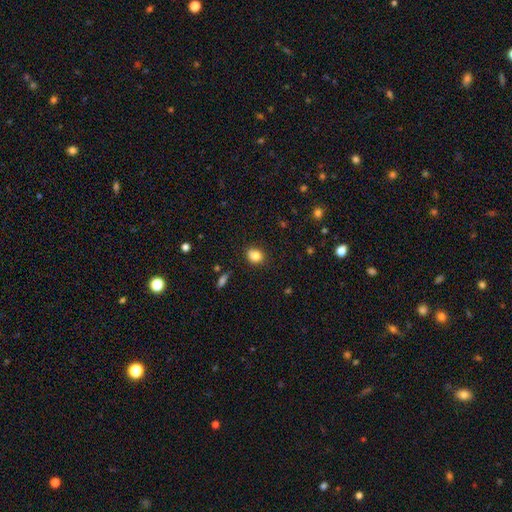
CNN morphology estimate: Smooth or featured? Predicted: smooth (p=0.83). How rounded? Predicted: round (p=0.57). Merging? Predicted: none (p=0.77).